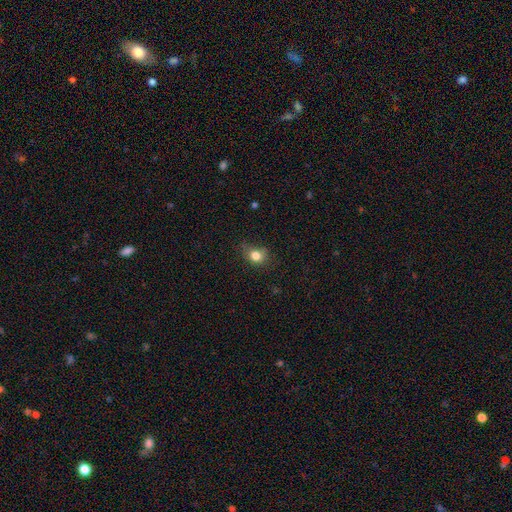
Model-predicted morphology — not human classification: Smooth or featured? smooth (81%)
How rounded? round (61%)
Merging? none (63%)